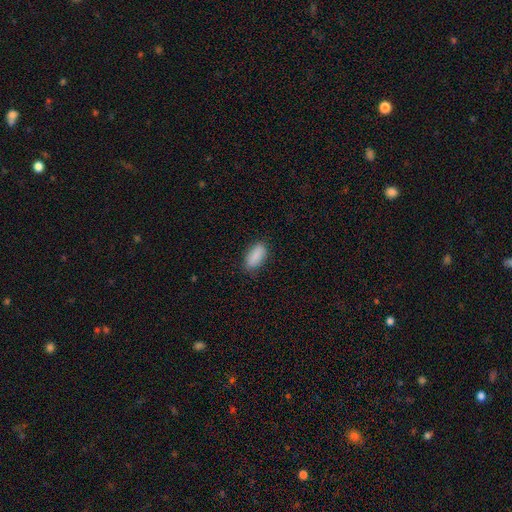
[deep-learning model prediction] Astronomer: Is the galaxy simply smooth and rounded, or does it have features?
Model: smooth — 89%.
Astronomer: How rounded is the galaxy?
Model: in between — 89%.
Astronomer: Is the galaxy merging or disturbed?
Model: none — 84%.